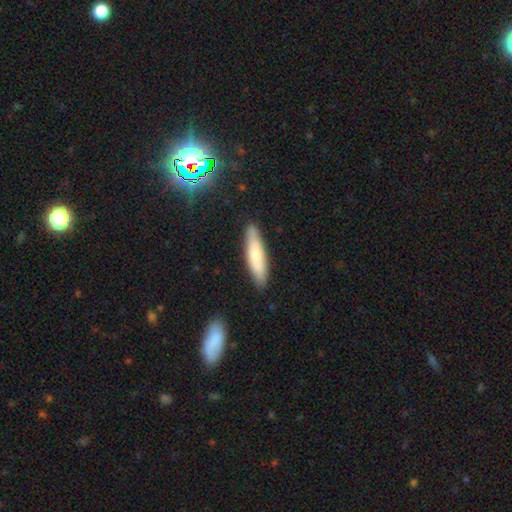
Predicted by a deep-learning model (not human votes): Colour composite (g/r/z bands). It shows a smooth galaxy with no disk features (73%) that is cigar-shaped (79%). Merging: none (87%).